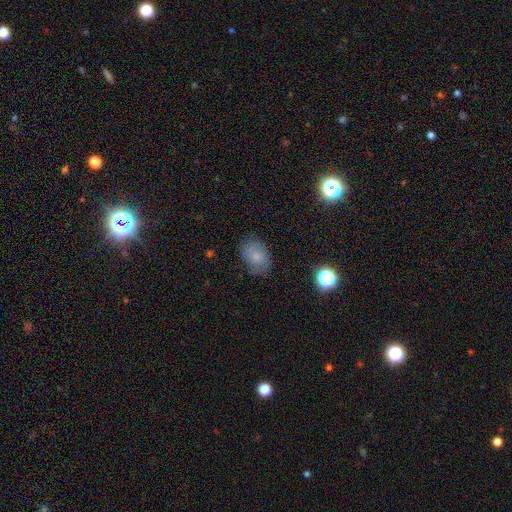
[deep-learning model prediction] This appears to be a smooth galaxy with no disk features (73%) that is in between round and cigar-shaped (73%). Merging: none (71%).